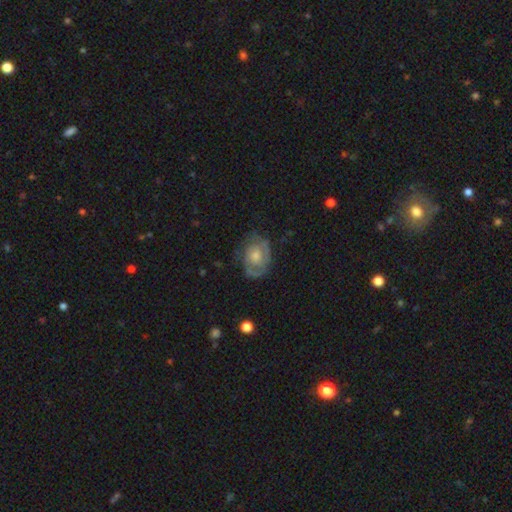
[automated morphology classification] A featured or disk galaxy (75%) with no bar (73%), 2 (61%) tight (57%) spiral arms (89%) and a moderate central bulge (56%).

Vote fractions:
- Smooth or featured? featured or disk: 75% / smooth: 18% / star or artifact: 7%
- Edge-on disk? no: 97% / yes: 3%
- Bar? no: 73% / weak: 24% / strong: 4%
- Spiral arms? yes: 89% / no: 11%
- Spiral winding? tight: 57% / medium: 34% / loose: 9%
- Spiral arm count? 2: 61% / can't tell: 21% / 3: 8% / 1: 6% / 4: 2% / more than 4: 2%
- Bulge size? moderate: 56% / small: 31% / large: 8% / none: 4% / dominant: 1%
- Merging? none: 74% / minor disturbance: 18% / major disturbance: 7% / merger: 1%